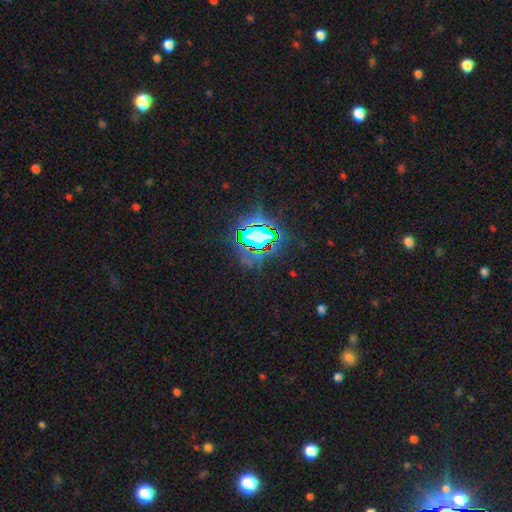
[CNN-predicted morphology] The model was most divided on "smooth or featured": star or artifact: 75%, smooth: 14%, featured or disk: 10%.